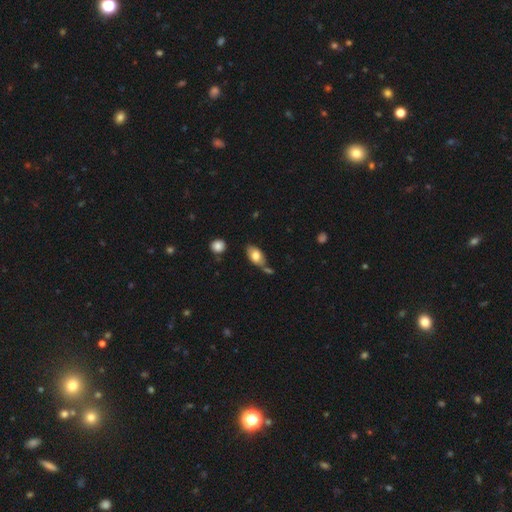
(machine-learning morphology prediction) smooth_or_featured: smooth (p=0.75) [alt: featured or disk p=0.18]
how_rounded: in between (p=0.90) [alt: round p=0.07]
merging: none (p=0.56) [alt: minor disturbance p=0.21]